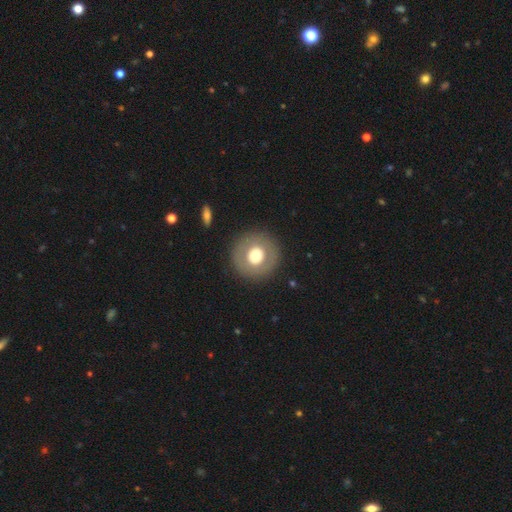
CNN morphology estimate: A smooth galaxy with no disk features (60%) that is round (95%). Merging: none (88%).